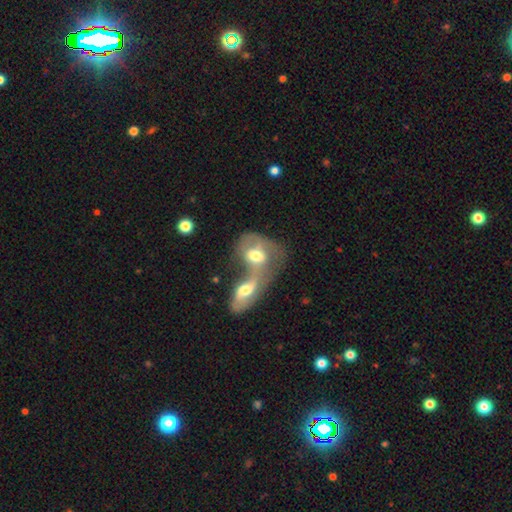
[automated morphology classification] A featured or disk galaxy (50%).

Vote fractions:
- Smooth or featured? featured or disk: 50% / smooth: 43% / star or artifact: 7%
- Merging? merger: 77% / none: 10% / major disturbance: 7% / minor disturbance: 5%